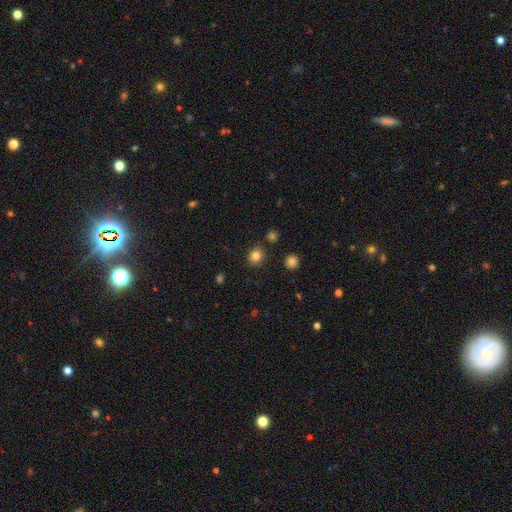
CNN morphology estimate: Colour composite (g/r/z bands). It shows a smooth galaxy with no disk features (82%) that is round (83%). Merging: none (87%).